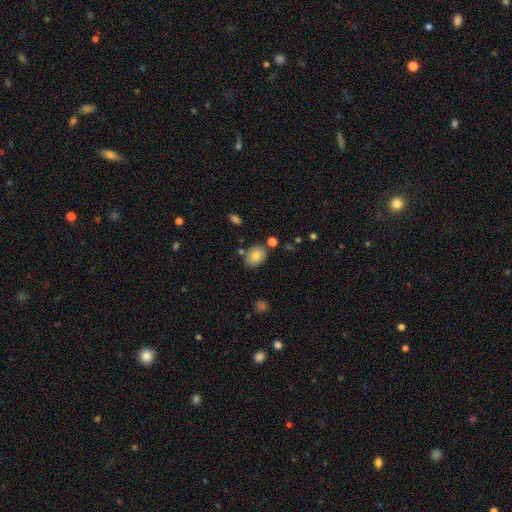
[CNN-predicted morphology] type=smooth (77%); roundness=in between (60%); merging=none (77%).